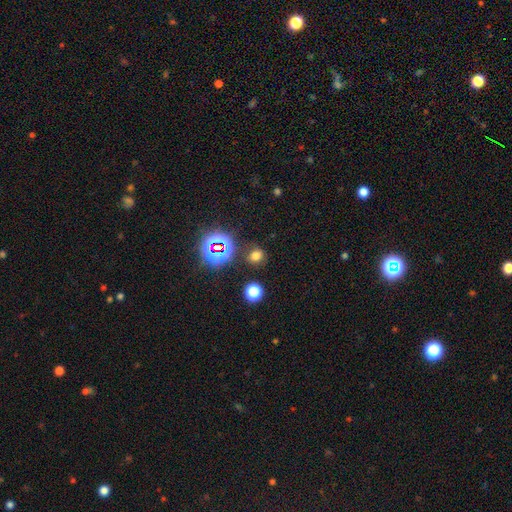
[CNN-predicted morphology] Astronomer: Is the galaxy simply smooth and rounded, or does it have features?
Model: smooth — 63%.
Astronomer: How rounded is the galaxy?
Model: round — 71%.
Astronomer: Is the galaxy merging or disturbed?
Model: none — 81%.